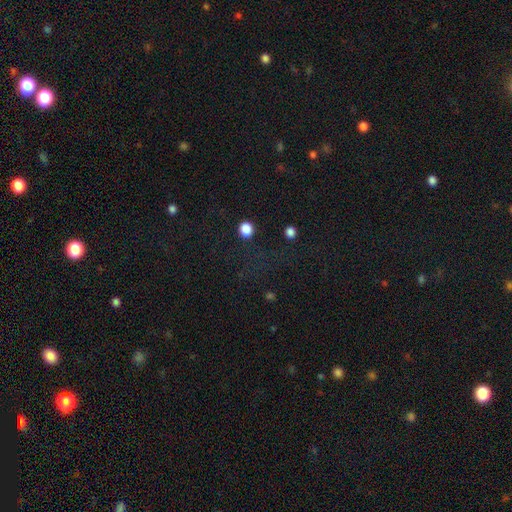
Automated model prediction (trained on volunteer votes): smooth-or-featured: star or artifact: 68% | smooth: 23% | featured or disk: 9%